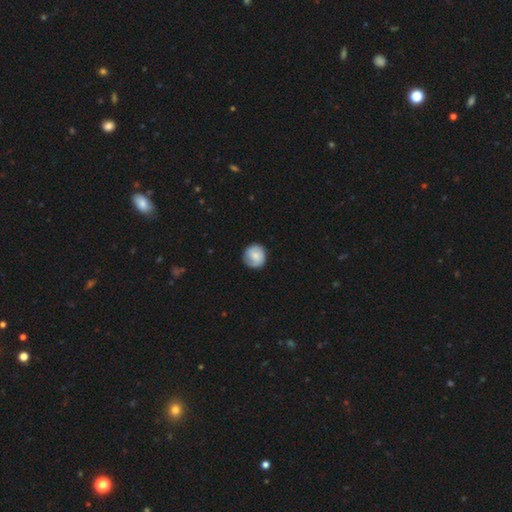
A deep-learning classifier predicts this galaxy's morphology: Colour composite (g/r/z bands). It shows a smooth galaxy with no disk features (68%) that is round (91%). Merging: none (81%).